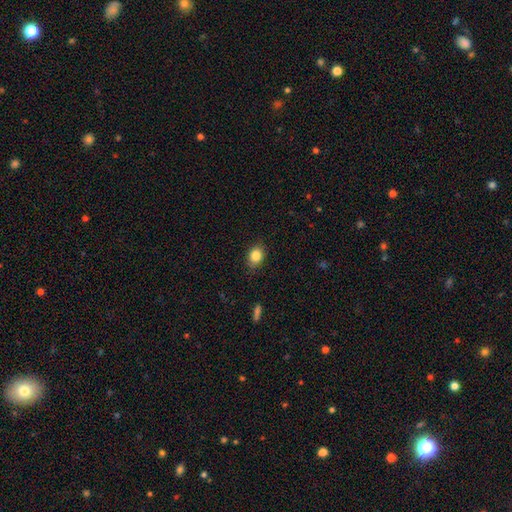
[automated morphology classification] type=smooth (83%); roundness=in between (54%); merging=none (82%).